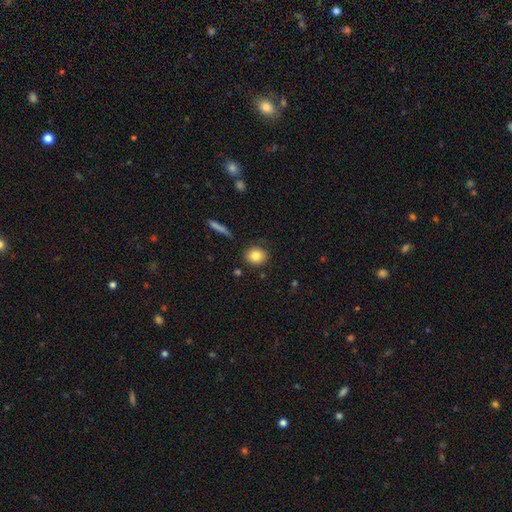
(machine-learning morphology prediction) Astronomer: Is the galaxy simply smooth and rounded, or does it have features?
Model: smooth — 83%.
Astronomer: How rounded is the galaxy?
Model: round — 67%.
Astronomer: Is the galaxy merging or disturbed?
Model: none — 85%.